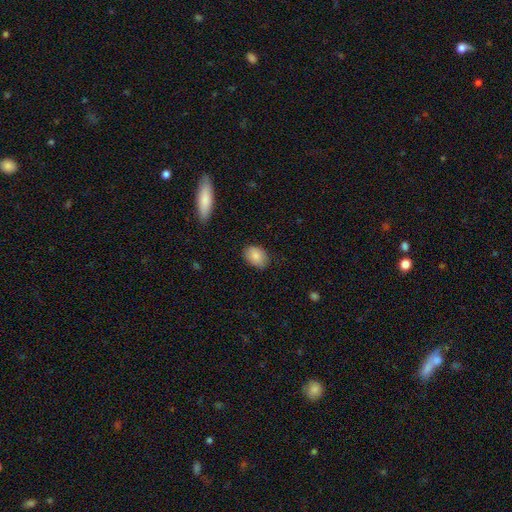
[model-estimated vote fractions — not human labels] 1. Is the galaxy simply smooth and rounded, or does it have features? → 86% smooth, 7% star or artifact, 7% featured or disk.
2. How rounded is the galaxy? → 81% in between, 18% round, 1% cigar-shaped.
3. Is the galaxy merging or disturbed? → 82% none, 14% minor disturbance, 3% major disturbance, 1% merger.